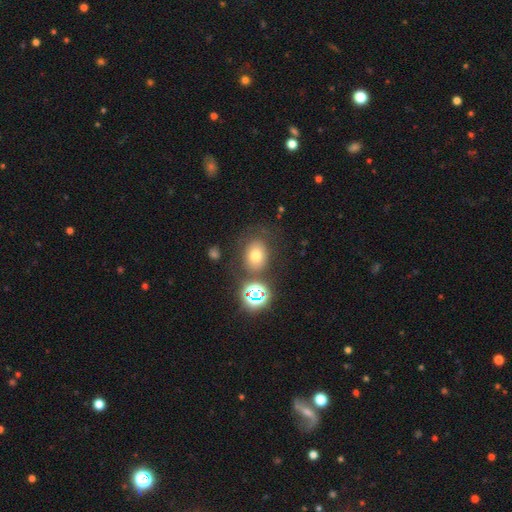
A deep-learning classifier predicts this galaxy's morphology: smooth 65%, star or artifact 21%, featured or disk 14%. Down the decision tree: how rounded — in between (51%); merging — none (67%).